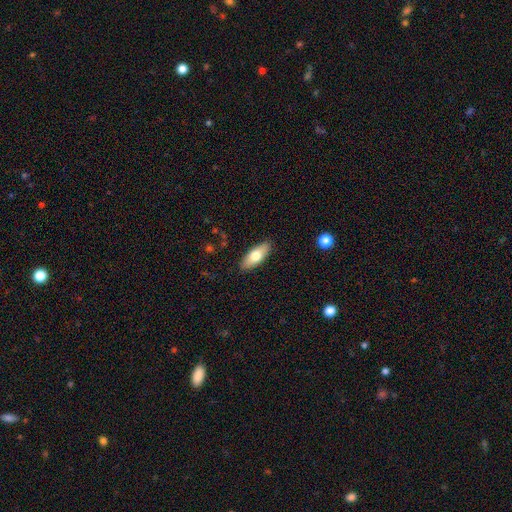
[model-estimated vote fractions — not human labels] A smooth galaxy with no disk features (70%) that is in between round and cigar-shaped (75%).

Vote fractions:
- Smooth or featured? smooth: 70% / featured or disk: 24% / star or artifact: 6%
- How rounded? in between: 75% / cigar-shaped: 22% / round: 2%
- Merging? none: 88% / minor disturbance: 9% / major disturbance: 2% / merger: 1%